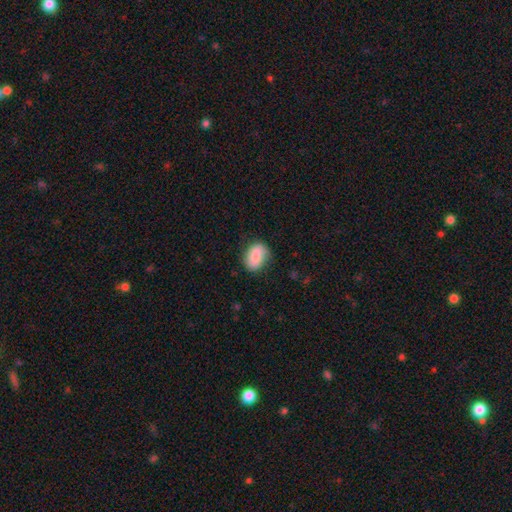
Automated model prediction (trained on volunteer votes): The model was most divided on "merging": none: 74%, minor disturbance: 20%, major disturbance: 5%, merger: 1%. More confident: smooth or featured — smooth (82%); how rounded — in between (79%).